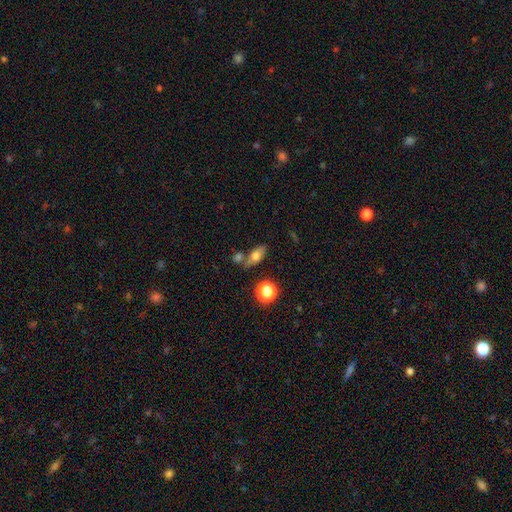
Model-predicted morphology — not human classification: The model was most divided on "smooth or featured": smooth: 66%, featured or disk: 23%, star or artifact: 11%. More confident: how rounded — in between (69%); merging — none (63%).